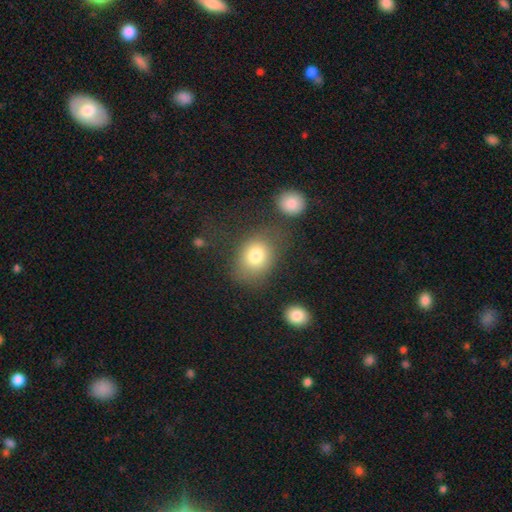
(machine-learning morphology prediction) This is likely a smooth galaxy (79%). How rounded: possibly in between (50%). Merging: likely none (63%).